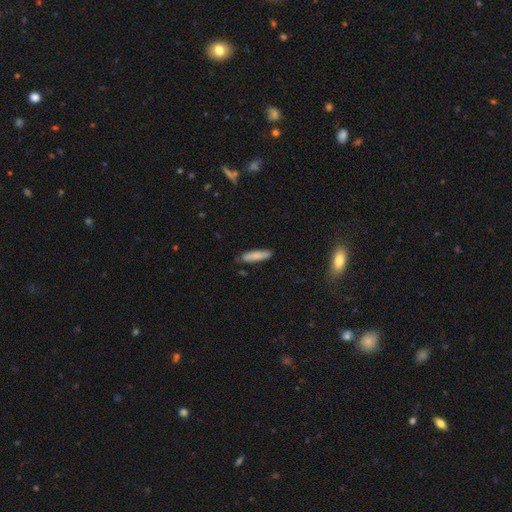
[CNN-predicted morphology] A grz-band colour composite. It shows a smooth galaxy with no disk features (81%) that is cigar-shaped (75%). Merging: none (81%).